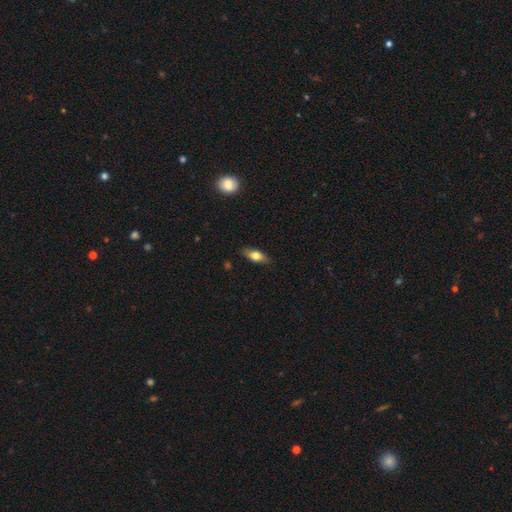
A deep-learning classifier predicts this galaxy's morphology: smooth-or-featured: smooth: 69% | featured or disk: 24% | star or artifact: 7%
  how-rounded: in between: 75% | cigar-shaped: 21% | round: 4%
  merging: none: 86% | minor disturbance: 11% | major disturbance: 2% | merger: 1%